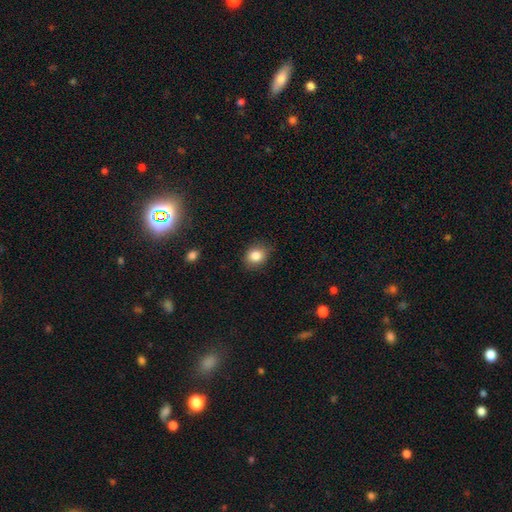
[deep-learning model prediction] smooth-or-featured: smooth: 84% | star or artifact: 10% | featured or disk: 6%
  how-rounded: round: 58% | in between: 41% | cigar-shaped: 1%
  merging: none: 79% | minor disturbance: 16% | major disturbance: 3% | merger: 1%